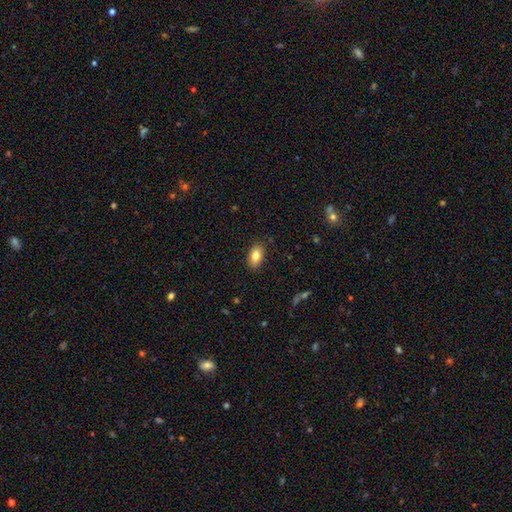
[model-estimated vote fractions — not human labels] This appears to be a smooth galaxy with no disk features (81%) that is in between round and cigar-shaped (89%). Merging: none (87%).